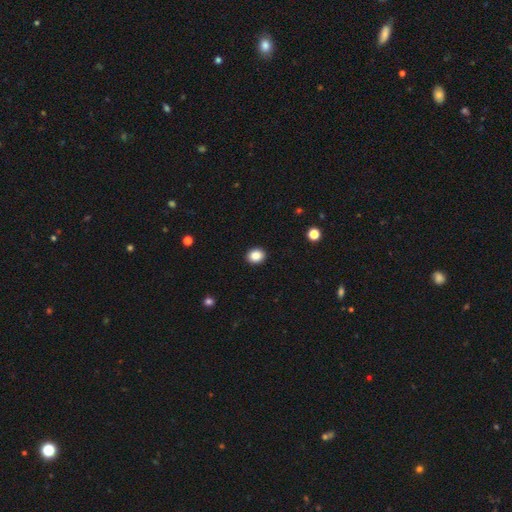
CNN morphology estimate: Overall: smooth (87%). How rounded: round (64%; in between 35%). Merging: none (92%).